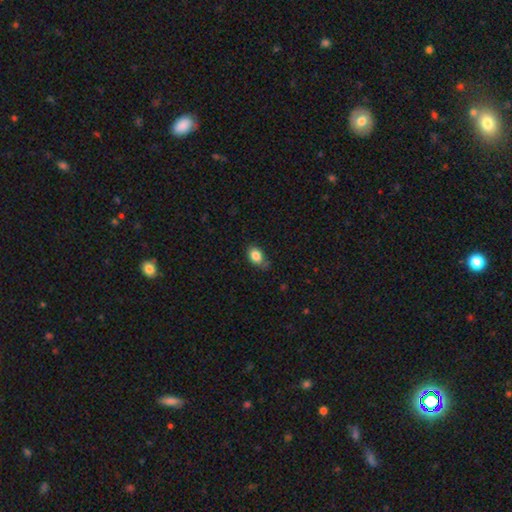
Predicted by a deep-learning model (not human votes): Smooth or featured? smooth (85%)
How rounded? in between (80%)
Merging? none (69%)